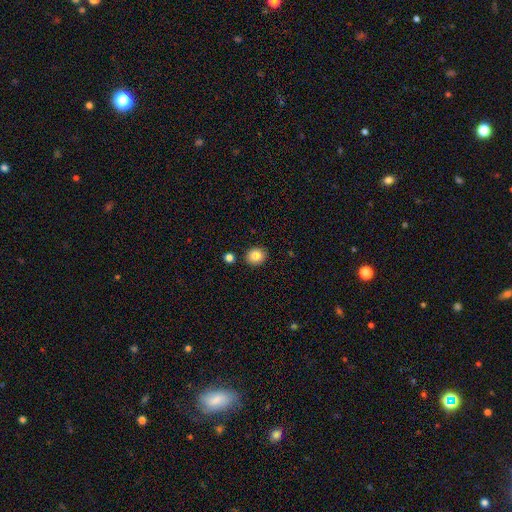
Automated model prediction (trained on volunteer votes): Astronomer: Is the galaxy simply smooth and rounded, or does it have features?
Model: smooth — 84%.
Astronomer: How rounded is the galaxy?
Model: round — 81%.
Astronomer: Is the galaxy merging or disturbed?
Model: none — 88%.